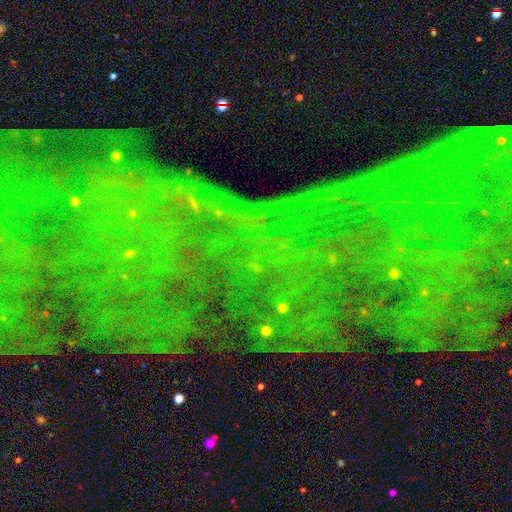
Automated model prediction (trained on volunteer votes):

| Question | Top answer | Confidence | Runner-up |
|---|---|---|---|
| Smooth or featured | star or artifact | 84% | smooth (8%) |